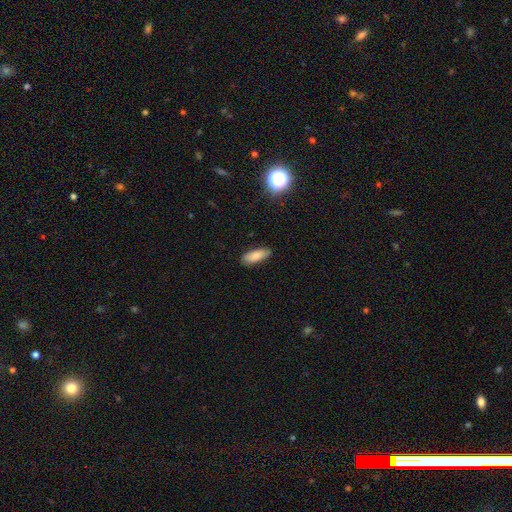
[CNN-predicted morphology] Smooth or featured: smooth — 80% (featured or disk — 12%)
How rounded: in between — 69% (cigar-shaped — 29%)
Merging: none — 84% (minor disturbance — 12%)